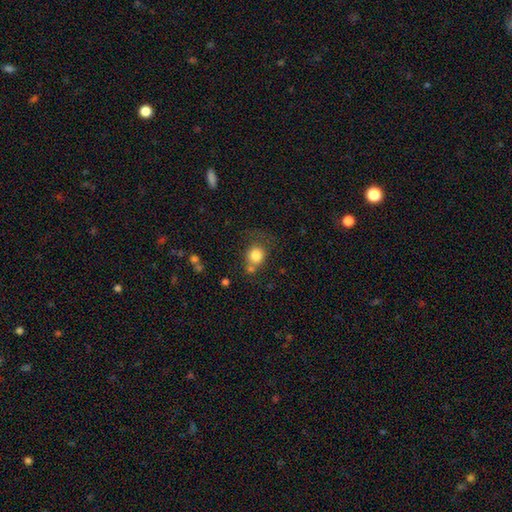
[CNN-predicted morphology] Smooth or featured? smooth (81%)
How rounded? round (81%)
Merging? none (55%)